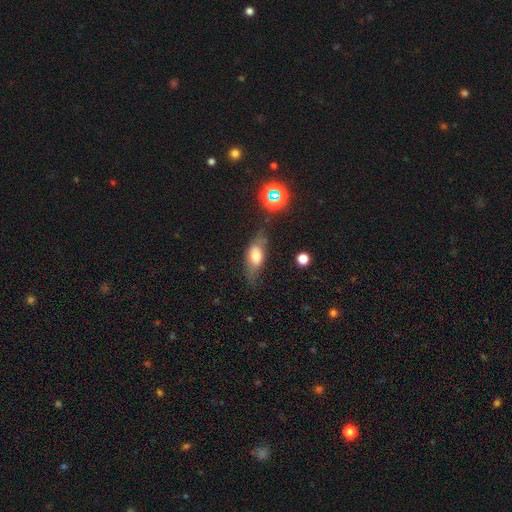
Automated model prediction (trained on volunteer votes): Smooth or featured? Predicted: smooth (p=0.59). How rounded? Predicted: in between (p=0.73). Merging? Predicted: none (p=0.60).